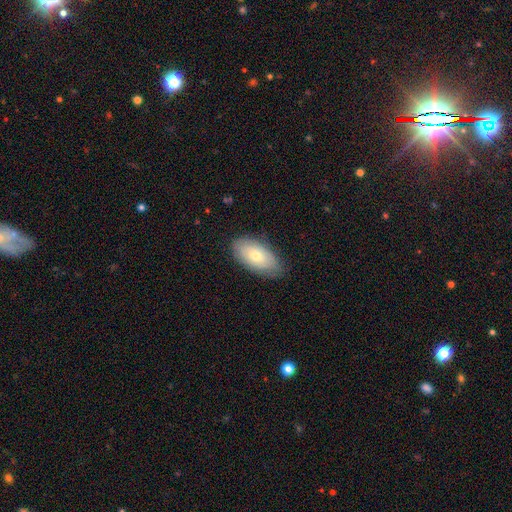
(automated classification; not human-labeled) A smooth galaxy with no disk features (63%) that is in between round and cigar-shaped (94%).

Vote fractions:
- Smooth or featured? smooth: 63% / featured or disk: 31% / star or artifact: 6%
- How rounded? in between: 94% / round: 4% / cigar-shaped: 3%
- Merging? none: 78% / minor disturbance: 17% / major disturbance: 3% / merger: 1%